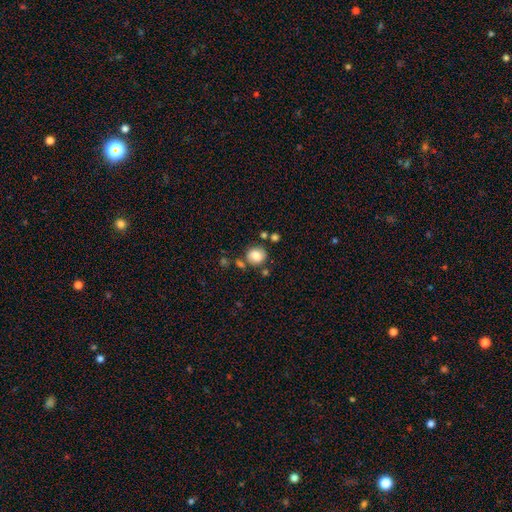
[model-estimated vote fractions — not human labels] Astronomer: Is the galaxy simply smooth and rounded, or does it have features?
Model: smooth — 78%.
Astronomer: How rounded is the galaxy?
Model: round — 82%.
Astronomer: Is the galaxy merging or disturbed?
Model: none — 70%.